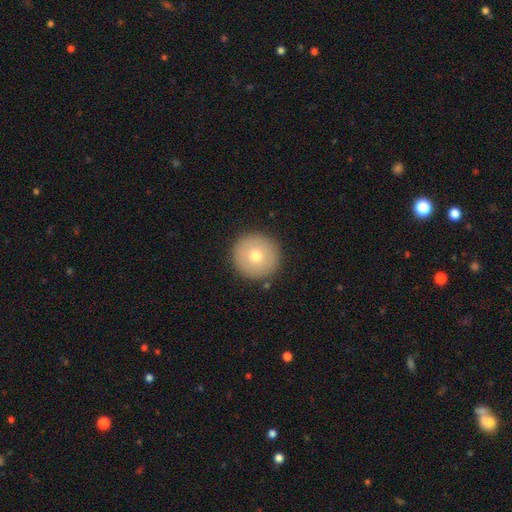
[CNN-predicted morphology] smooth 72%, featured or disk 19%, star or artifact 9%. Down the decision tree: how rounded — round (96%); merging — none (91%).